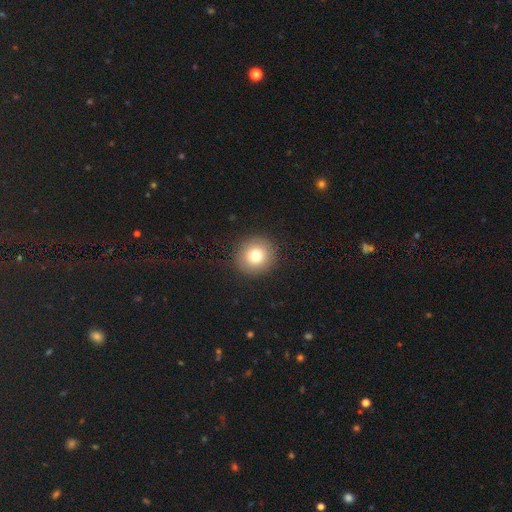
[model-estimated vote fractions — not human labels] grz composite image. It shows a smooth galaxy with no disk features (77%) that is round (92%). Merging: none (90%).